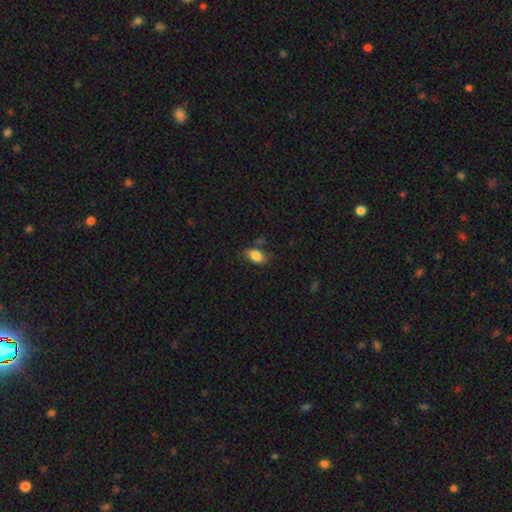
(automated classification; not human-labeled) Morphology: type=smooth (85%); roundness=in between (89%); merging=none (68%).